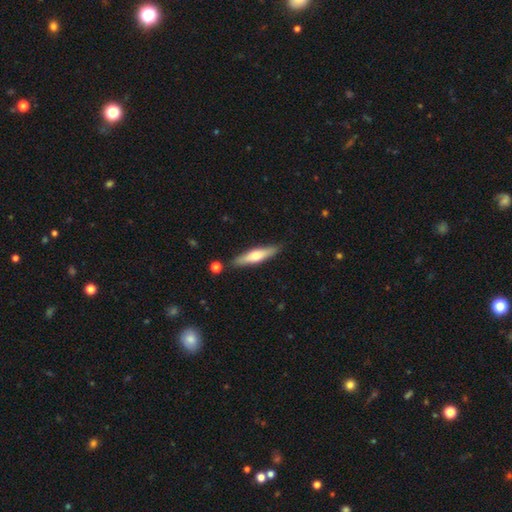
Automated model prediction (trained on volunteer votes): Smooth or featured: featured or disk — 48% (smooth — 47%)
Merging: none — 85% (minor disturbance — 9%)